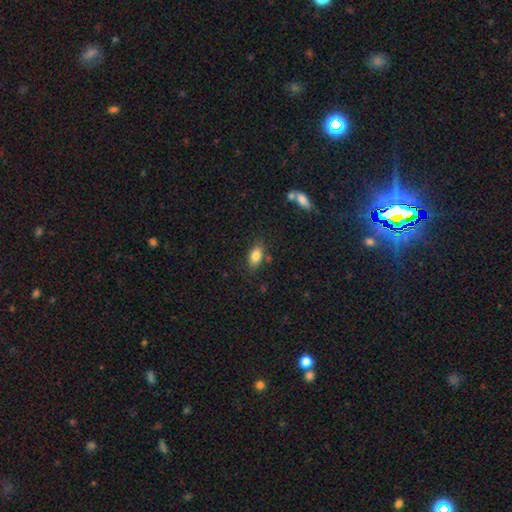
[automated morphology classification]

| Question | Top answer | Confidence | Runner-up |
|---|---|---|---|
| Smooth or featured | smooth | 82% | featured or disk (9%) |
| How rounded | in between | 88% | round (7%) |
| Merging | none | 78% | minor disturbance (14%) |